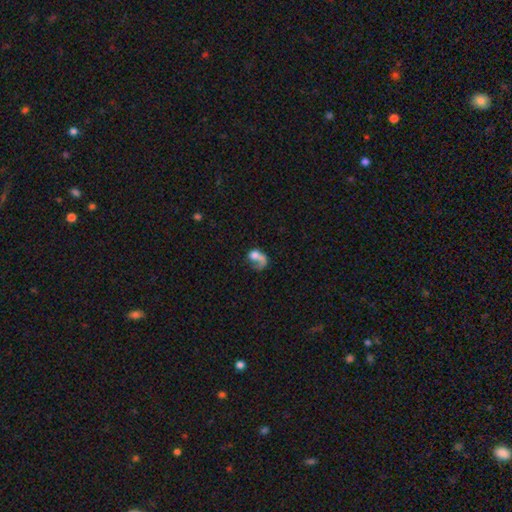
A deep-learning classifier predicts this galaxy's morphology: A smooth galaxy with no disk features (47%).

Vote fractions:
- Smooth or featured? smooth: 47% / featured or disk: 42% / star or artifact: 11%
- Merging? major disturbance: 38% / merger: 28% / none: 21% / minor disturbance: 12%